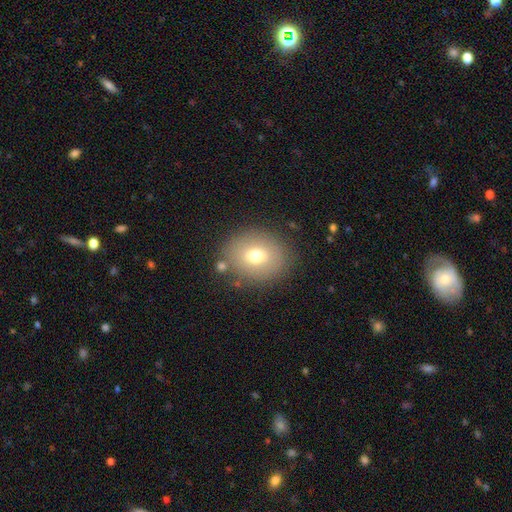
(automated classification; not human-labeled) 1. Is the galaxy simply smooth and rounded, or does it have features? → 68% smooth, 21% featured or disk, 12% star or artifact.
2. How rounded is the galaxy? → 64% round, 35% in between, 1% cigar-shaped.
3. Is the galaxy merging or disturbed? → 80% none, 11% minor disturbance, 5% major disturbance, 4% merger.